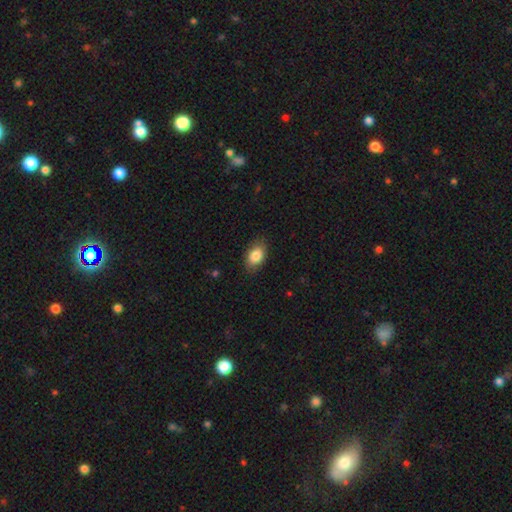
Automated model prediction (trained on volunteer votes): The model was most divided on "merging": none: 82%, minor disturbance: 14%, major disturbance: 3%, merger: 1%. More confident: how rounded — in between (88%); smooth or featured — smooth (85%).